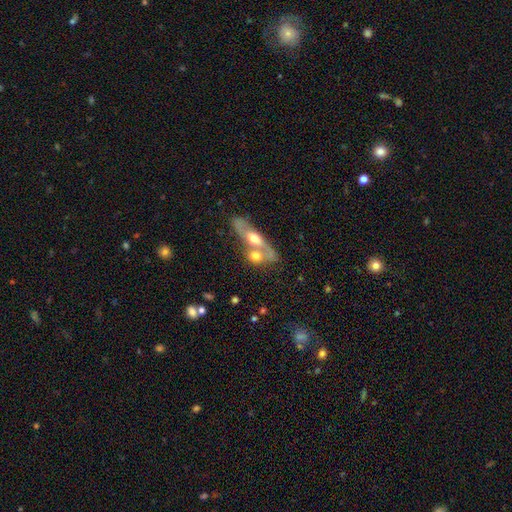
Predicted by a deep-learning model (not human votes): A smooth galaxy with no disk features (50%) that is in between round and cigar-shaped (52%).

Vote fractions:
- Smooth or featured? smooth: 50% / featured or disk: 42% / star or artifact: 8%
- How rounded? in between: 52% / cigar-shaped: 28% / round: 20%
- Merging? merger: 56% / none: 29% / minor disturbance: 9% / major disturbance: 5%